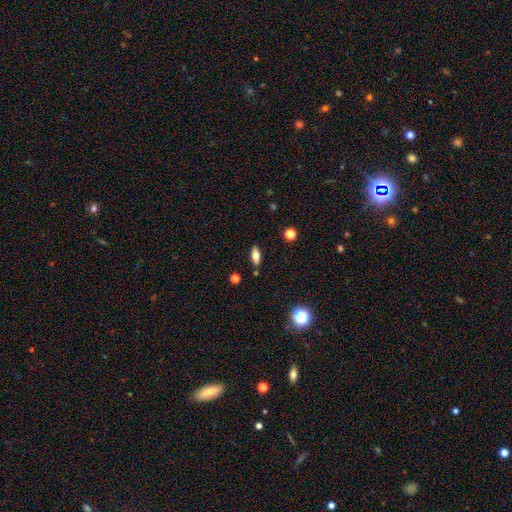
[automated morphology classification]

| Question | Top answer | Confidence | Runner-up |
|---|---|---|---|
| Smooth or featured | smooth | 69% | featured or disk (22%) |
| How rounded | in between | 76% | cigar-shaped (20%) |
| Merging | none | 85% | minor disturbance (10%) |